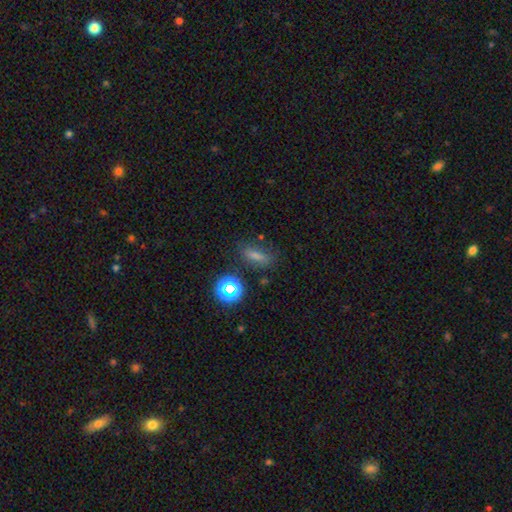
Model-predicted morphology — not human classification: smooth 62%, star or artifact 25%, featured or disk 14%. Down the decision tree: how rounded — in between (46%); merging — none (76%).